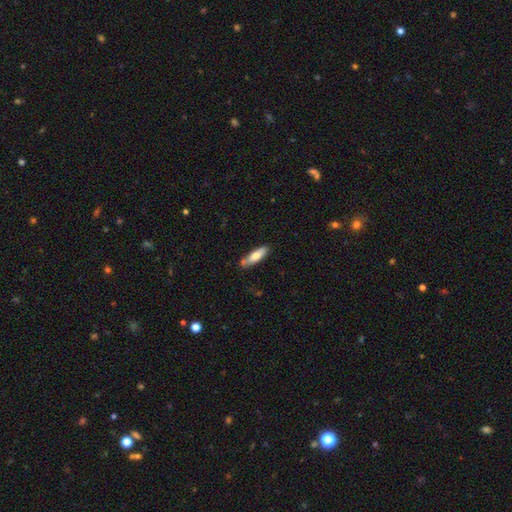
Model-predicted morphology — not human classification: A smooth galaxy with no disk features (69%) that is cigar-shaped (58%). Merging: none (76%).